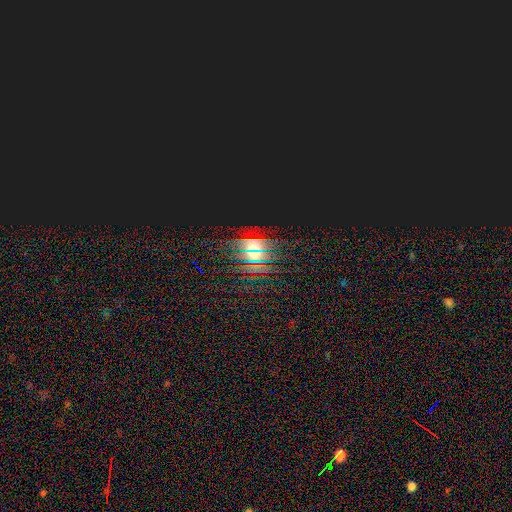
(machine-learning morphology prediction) Overall: star or artifact (71%).